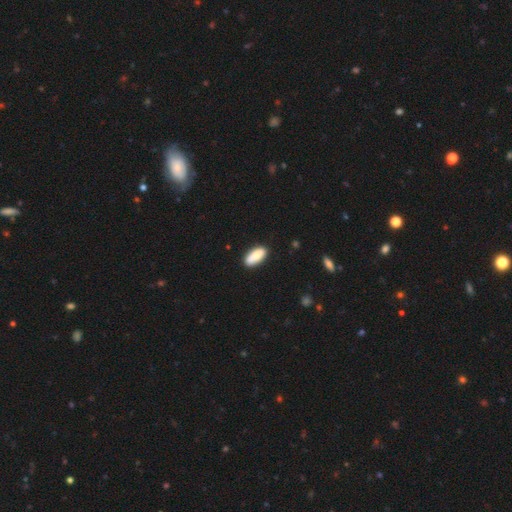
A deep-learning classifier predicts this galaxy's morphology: type=smooth (83%); roundness=in between (85%); merging=none (81%).